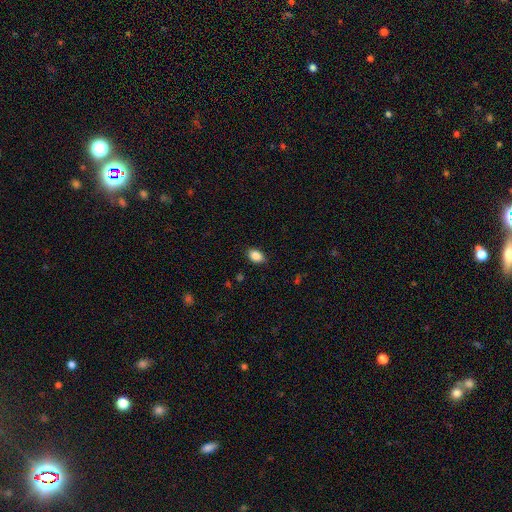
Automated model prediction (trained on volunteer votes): Q: Smooth or featured?
A: smooth (88%); runner-up: star or artifact (8%)
Q: How rounded?
A: in between (82%); runner-up: round (16%)
Q: Merging?
A: none (86%); runner-up: minor disturbance (10%)